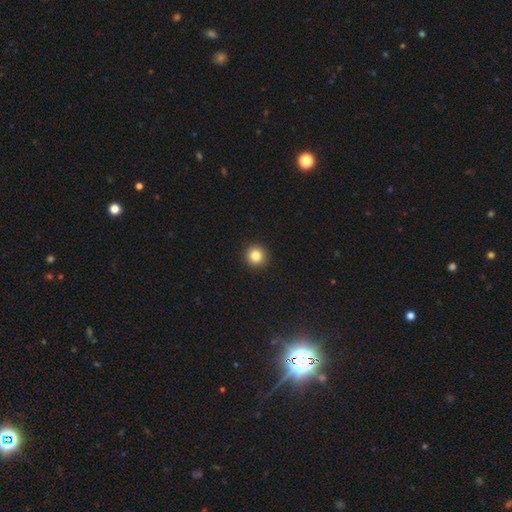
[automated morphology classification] A smooth galaxy with no disk features (84%) that is round (95%). Merging: none (94%).